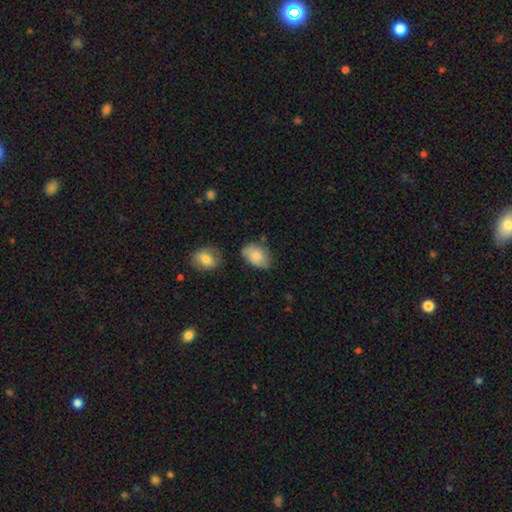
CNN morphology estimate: smooth_or_featured: smooth (p=0.78) [alt: featured or disk p=0.15]
how_rounded: in between (p=0.84) [alt: round p=0.14]
merging: none (p=0.62) [alt: minor disturbance p=0.27]